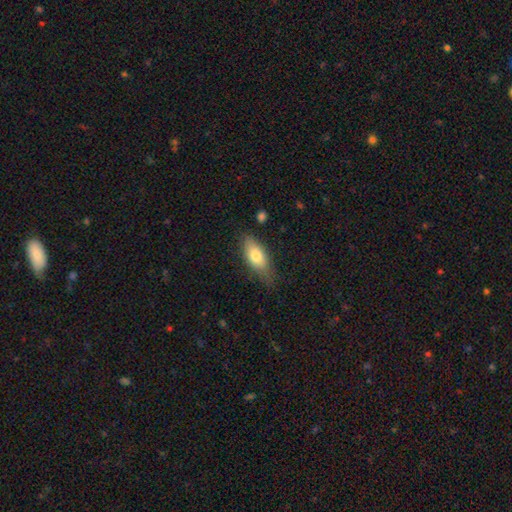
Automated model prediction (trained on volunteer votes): The model was most divided on "merging": none: 65%, minor disturbance: 26%, major disturbance: 7%, merger: 2%. More confident: how rounded — in between (82%); smooth or featured — smooth (75%).